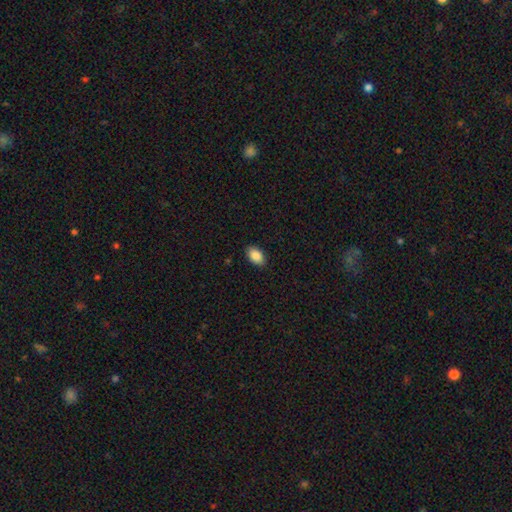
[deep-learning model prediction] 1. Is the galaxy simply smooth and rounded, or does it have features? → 89% smooth, 7% star or artifact, 4% featured or disk.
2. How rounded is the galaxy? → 92% in between, 7% round, 1% cigar-shaped.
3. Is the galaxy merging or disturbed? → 89% none, 8% minor disturbance, 2% major disturbance, 1% merger.